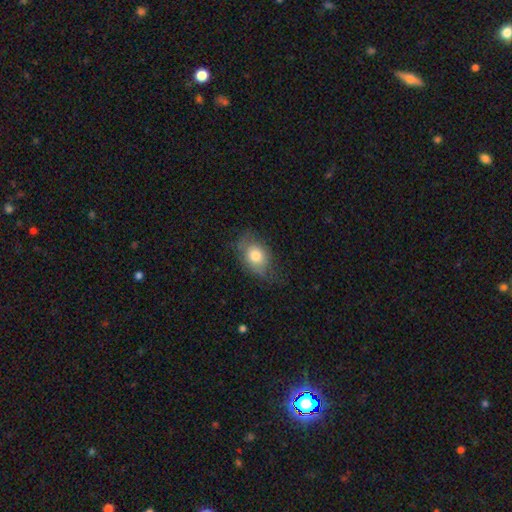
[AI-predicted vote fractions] This appears to be a smooth galaxy with no disk features (72%) that is in between round and cigar-shaped (68%). Merging: none (57%).